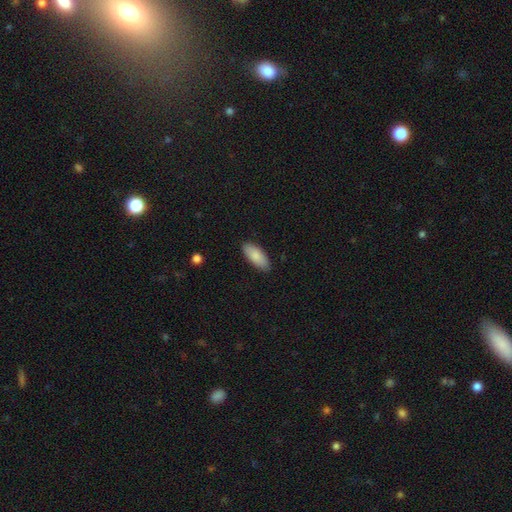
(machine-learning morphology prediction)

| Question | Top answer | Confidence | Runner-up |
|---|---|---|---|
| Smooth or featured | smooth | 87% | featured or disk (7%) |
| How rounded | in between | 83% | cigar-shaped (15%) |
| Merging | none | 87% | minor disturbance (10%) |